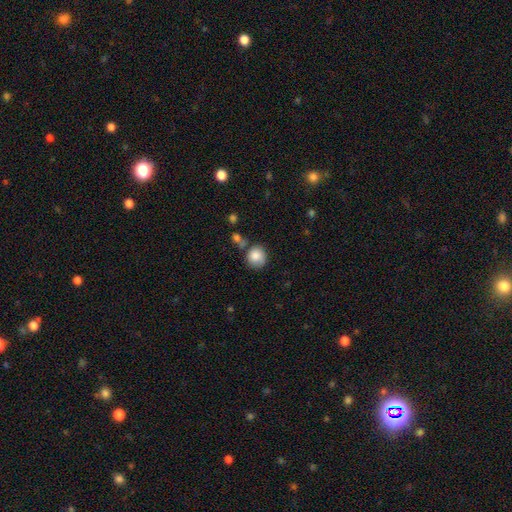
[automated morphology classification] smooth_or_featured: smooth (p=0.84) [alt: star or artifact p=0.08]
how_rounded: round (p=0.84) [alt: in between p=0.15]
merging: none (p=0.66) [alt: minor disturbance p=0.19]